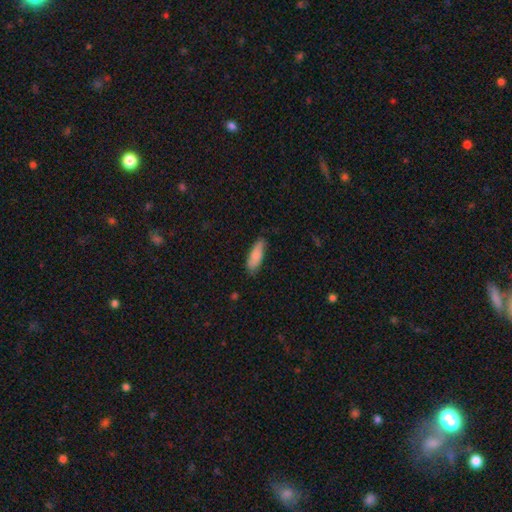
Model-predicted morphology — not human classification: Smooth or featured? smooth (84%)
How rounded? in between (52%)
Merging? none (76%)